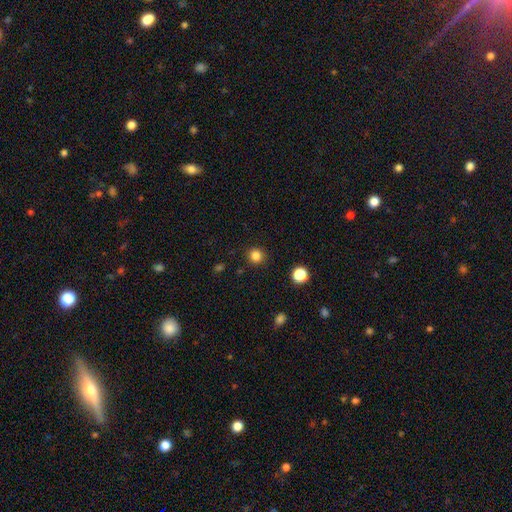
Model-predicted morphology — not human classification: smooth 83%, star or artifact 13%, featured or disk 4%. Down the decision tree: how rounded — round (92%); merging — none (90%).